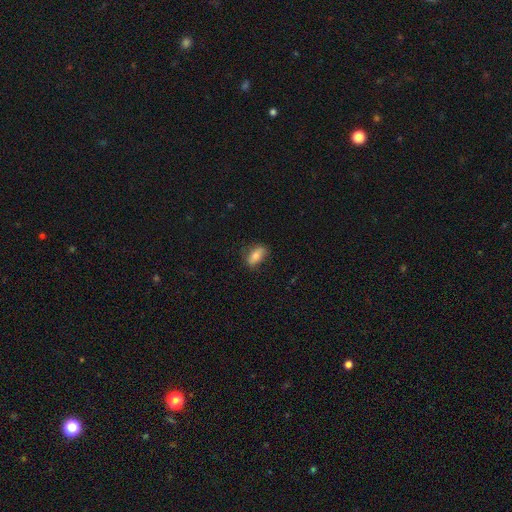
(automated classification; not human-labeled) Morphology: type=smooth (73%); roundness=in between (85%); merging=none (77%).